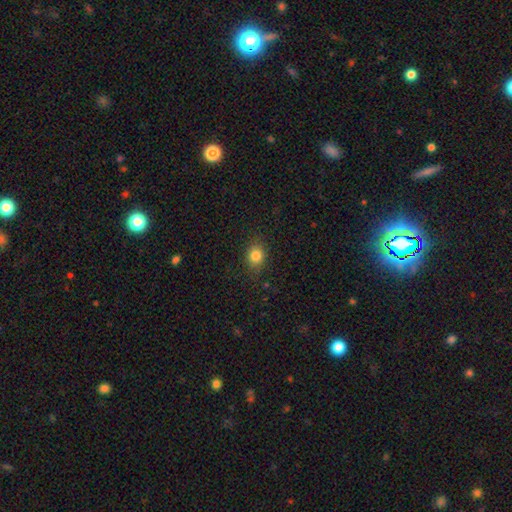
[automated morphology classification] Overall: smooth (82%). How rounded: round (54%; in between 44%). Merging: none (83%).